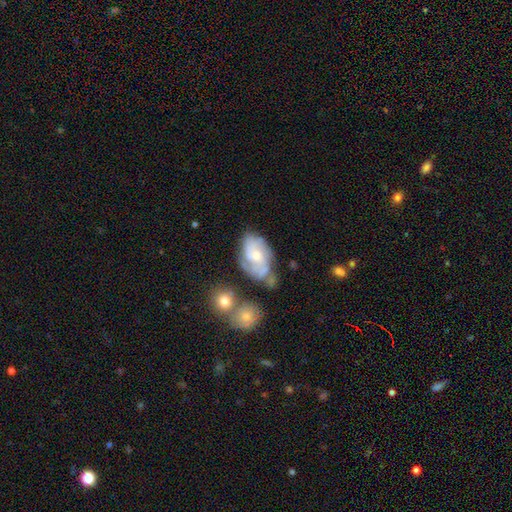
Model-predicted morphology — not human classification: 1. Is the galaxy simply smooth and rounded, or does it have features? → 69% featured or disk, 24% smooth, 7% star or artifact.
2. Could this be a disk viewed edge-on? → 96% no, 4% yes.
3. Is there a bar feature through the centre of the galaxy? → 70% no, 27% weak, 4% strong.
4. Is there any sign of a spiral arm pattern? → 87% yes, 13% no.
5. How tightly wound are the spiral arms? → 45% tight, 41% medium, 15% loose.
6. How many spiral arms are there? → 33% 2, 31% can't tell, 24% 3, 5% 4, 4% 1, 3% more than 4.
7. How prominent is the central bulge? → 52% moderate, 42% small, 3% large, 2% none, 1% dominant.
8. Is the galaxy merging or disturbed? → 49% none, 25% minor disturbance, 14% merger, 12% major disturbance.